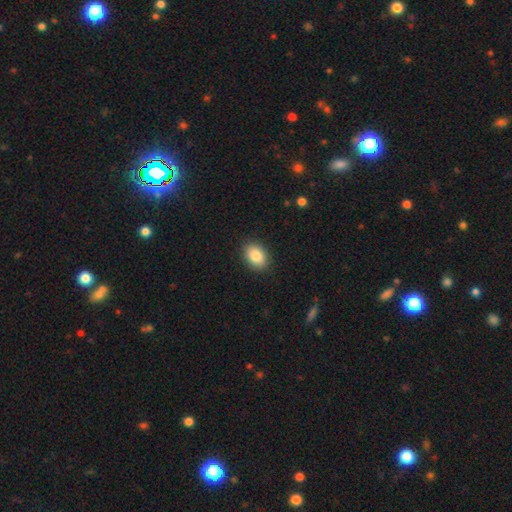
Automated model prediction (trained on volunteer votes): Overall: smooth (86%). How rounded: in between (81%). Merging: none (89%).